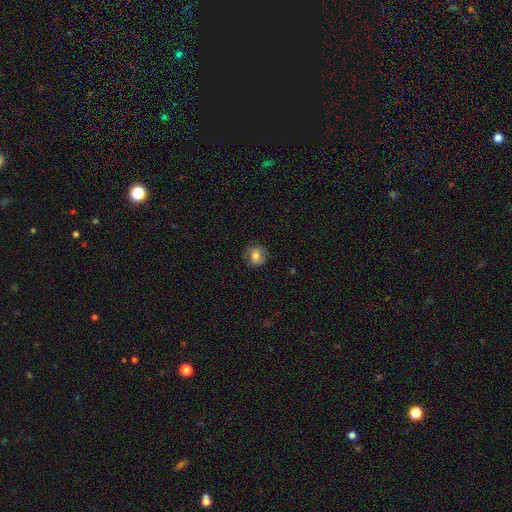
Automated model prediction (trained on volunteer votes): Smooth or featured? smooth (77%)
How rounded? round (77%)
Merging? none (76%)